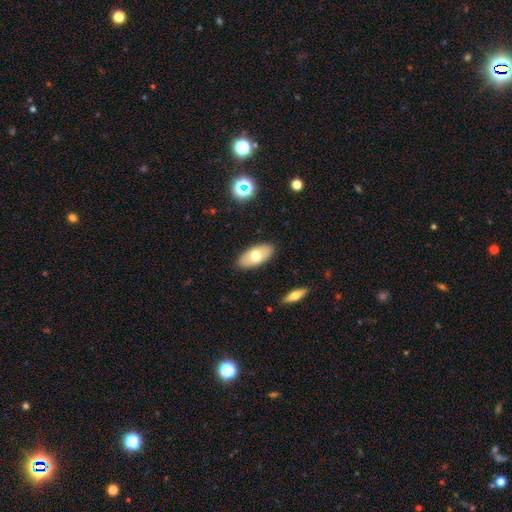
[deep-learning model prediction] Smooth or featured? Predicted: smooth (p=0.67). How rounded? Predicted: in between (p=0.92). Merging? Predicted: none (p=0.88).